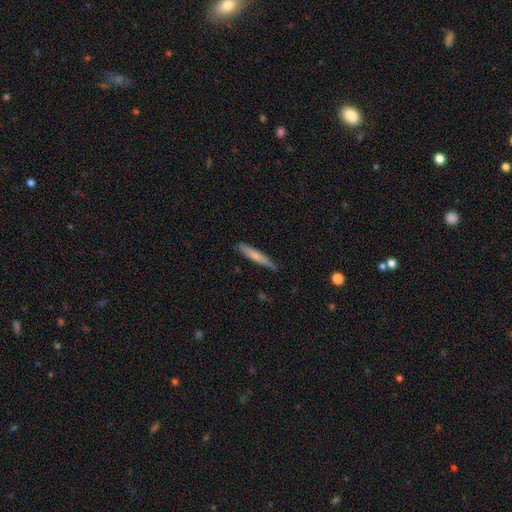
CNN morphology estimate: smooth_or_featured: smooth (p=0.63) [alt: featured or disk p=0.31]
how_rounded: cigar-shaped (p=0.92) [alt: in between p=0.07]
merging: none (p=0.77) [alt: minor disturbance p=0.19]